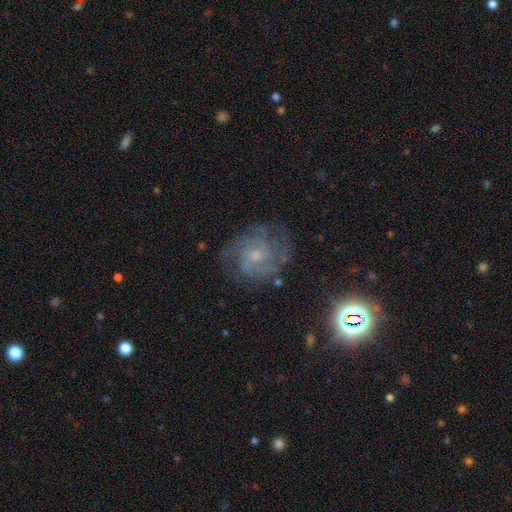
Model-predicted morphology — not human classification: Overall: featured or disk (81%). Edge-on disk: no (98%). Bar: no (65%; weak 30%). Spiral arms: yes (95%). Spiral arm count: 2 (31%; 3 27%). Spiral winding: tight (53%; medium 39%). Bulge size: small (61%; moderate 29%). Merging: none (71%).